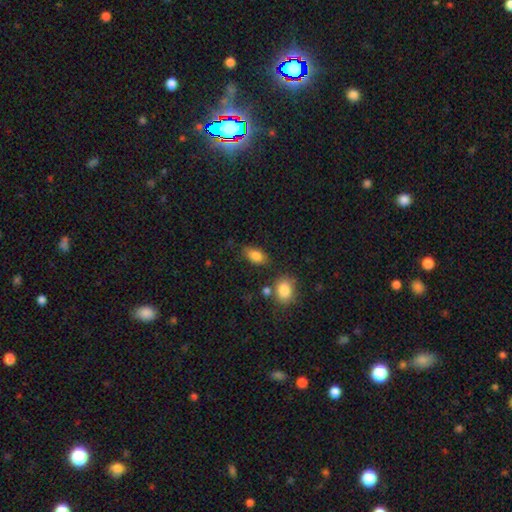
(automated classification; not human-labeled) This appears to be a smooth galaxy with no disk features (84%) that is in between round and cigar-shaped (89%). Merging: none (75%).